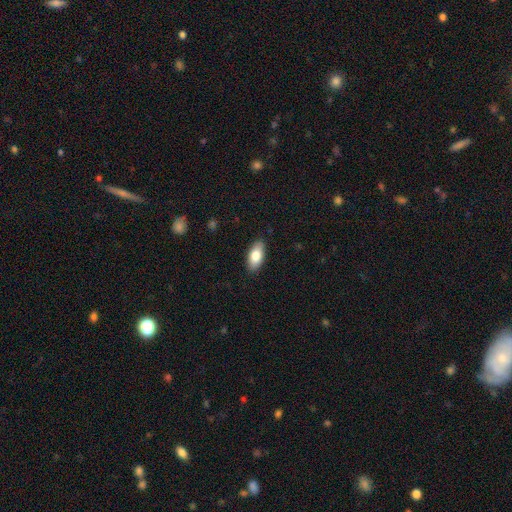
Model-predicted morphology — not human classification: smooth-or-featured: smooth: 82% | featured or disk: 12% | star or artifact: 6%
  how-rounded: in between: 89% | cigar-shaped: 8% | round: 3%
  merging: none: 88% | minor disturbance: 9% | major disturbance: 2% | merger: 1%